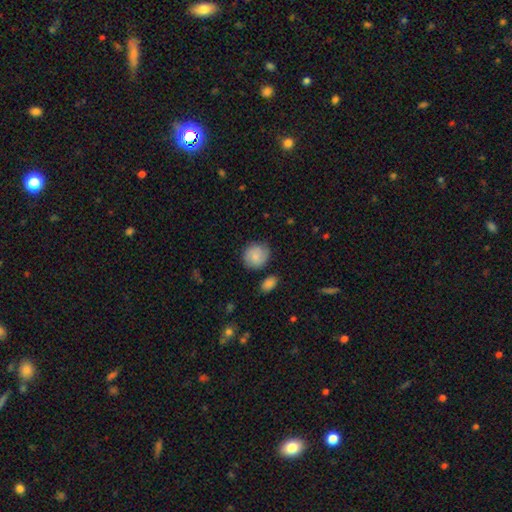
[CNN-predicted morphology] Smooth or featured? Predicted: smooth (p=0.74). How rounded? Predicted: round (p=0.83). Merging? Predicted: none (p=0.76).